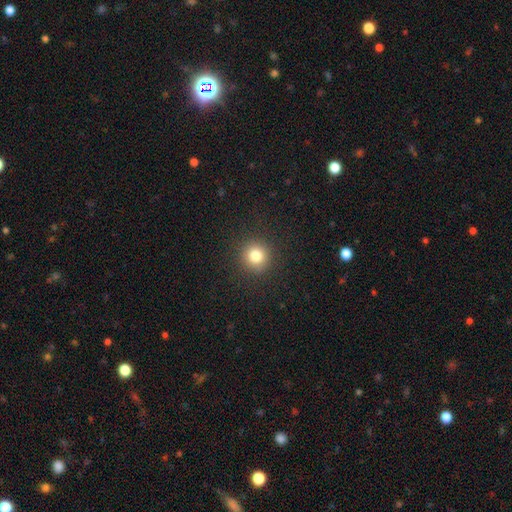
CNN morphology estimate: type=smooth (81%); roundness=round (94%); merging=none (91%).